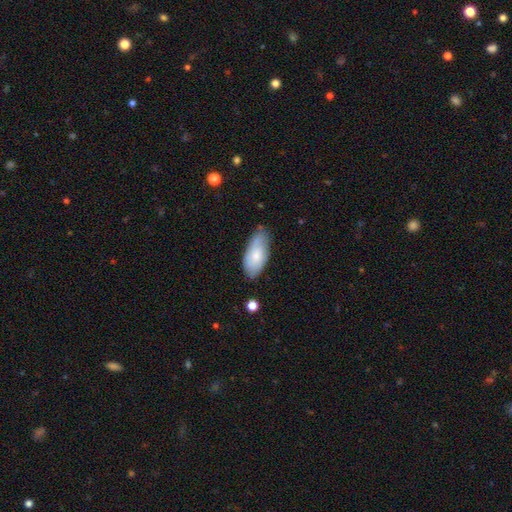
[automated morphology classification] A smooth galaxy with no disk features (73%) that is in between round and cigar-shaped (88%). Merging: none (72%).